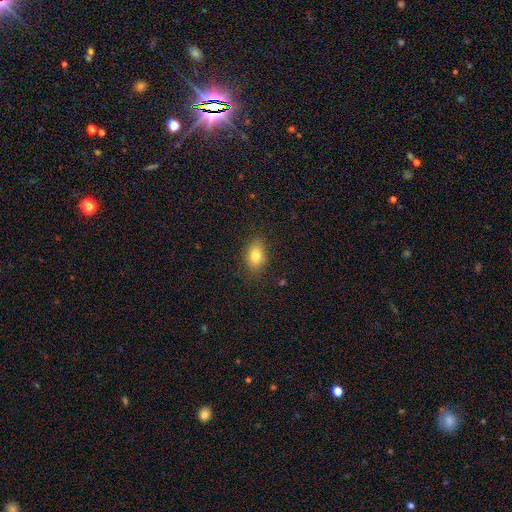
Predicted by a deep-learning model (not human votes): Smooth or featured? Predicted: smooth (p=0.80). How rounded? Predicted: in between (p=0.82). Merging? Predicted: none (p=0.83).